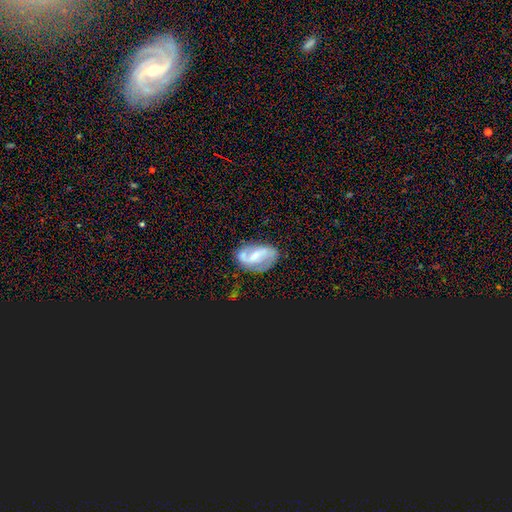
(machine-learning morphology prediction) This is likely a featured or disk galaxy (69%). It is clearly not viewed edge-on (97%). Bar: marginally weak (43%). Spiral arm pattern: clearly yes (81%). Spiral arm count: likely 2 (78%). Spiral winding: marginally loose (44%). Central bulge: marginally small (35%). Merging: possibly none (58%).